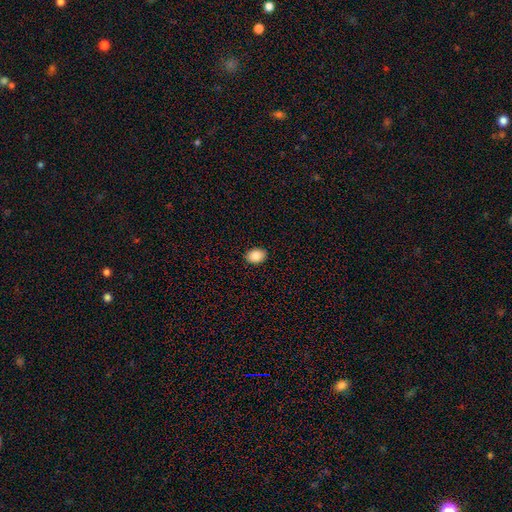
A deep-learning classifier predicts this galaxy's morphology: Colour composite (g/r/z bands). It shows a smooth galaxy with no disk features (86%) that is in between round and cigar-shaped (74%). Merging: none (90%).